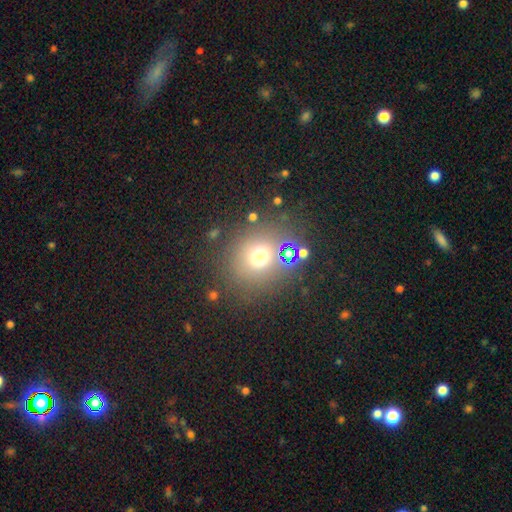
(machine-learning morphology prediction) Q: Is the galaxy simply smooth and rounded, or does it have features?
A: smooth — 65%.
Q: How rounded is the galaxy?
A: round — 83%.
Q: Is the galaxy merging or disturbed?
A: none — 78%.